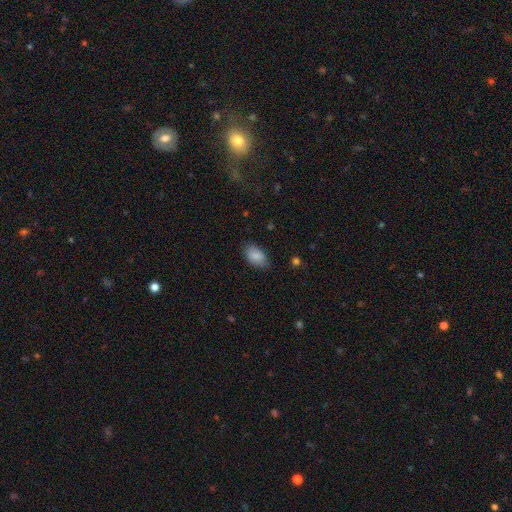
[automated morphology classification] A smooth galaxy with no disk features (87%) that is in between round and cigar-shaped (92%).

Vote fractions:
- Smooth or featured? smooth: 87% / star or artifact: 7% / featured or disk: 6%
- How rounded? in between: 92% / round: 6% / cigar-shaped: 2%
- Merging? none: 77% / minor disturbance: 19% / major disturbance: 4% / merger: 1%